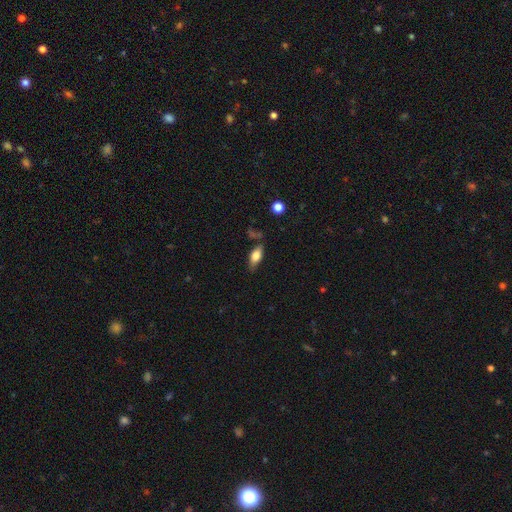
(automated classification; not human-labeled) This is likely a smooth galaxy (71%). How rounded: clearly in between (80%). Merging: likely none (70%).